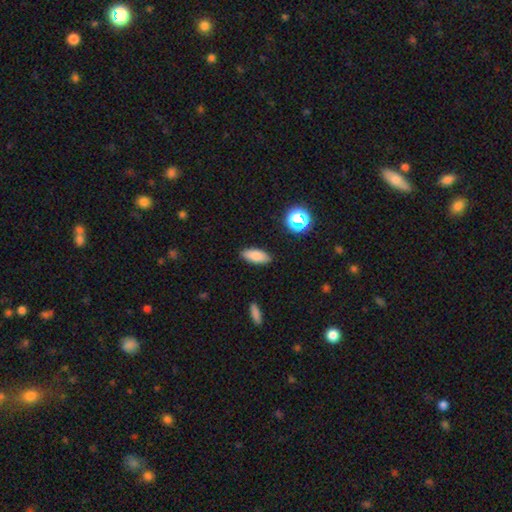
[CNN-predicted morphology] This appears to be a smooth galaxy with no disk features (84%) that is in between round and cigar-shaped (80%). Merging: none (87%).